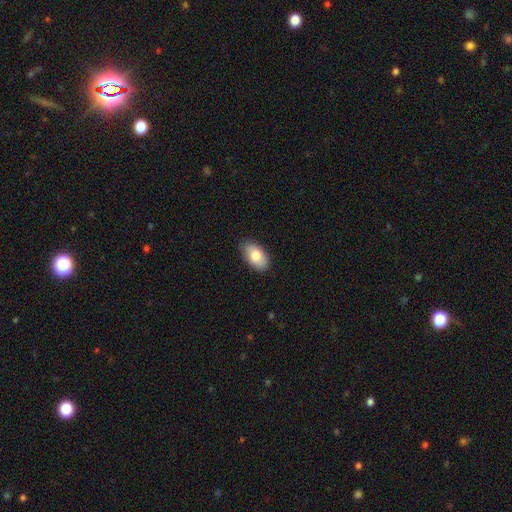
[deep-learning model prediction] smooth-or-featured: smooth: 81% | featured or disk: 12% | star or artifact: 6%
  how-rounded: in between: 94% | round: 4% | cigar-shaped: 2%
  merging: none: 85% | minor disturbance: 12% | major disturbance: 2% | merger: 1%